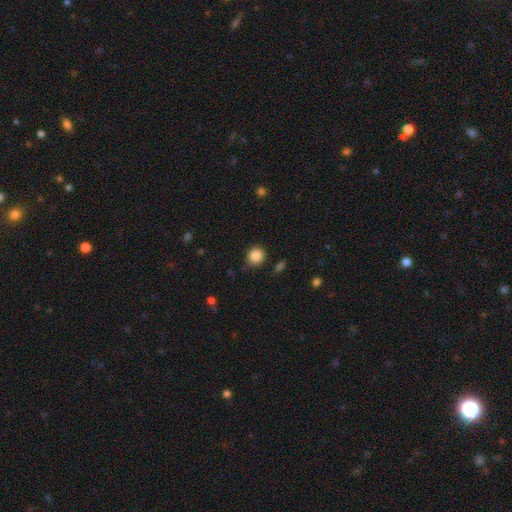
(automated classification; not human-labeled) This appears to be a smooth galaxy with no disk features (87%) that is round (83%). Merging: none (84%).